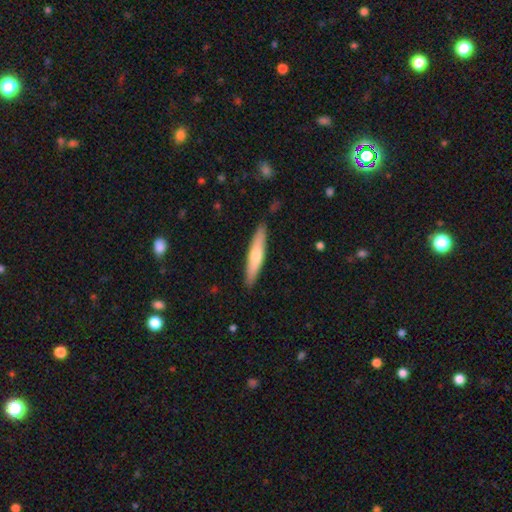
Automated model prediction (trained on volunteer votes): Q: Smooth or featured?
A: smooth (57%); runner-up: featured or disk (37%)
Q: How rounded?
A: cigar-shaped (88%); runner-up: in between (10%)
Q: Merging?
A: none (88%); runner-up: minor disturbance (9%)